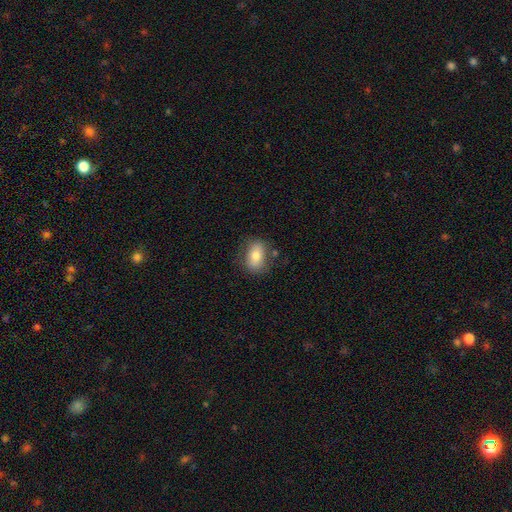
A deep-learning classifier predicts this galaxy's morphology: smooth_or_featured: smooth (p=0.76) [alt: featured or disk p=0.16]
how_rounded: in between (p=0.83) [alt: round p=0.15]
merging: none (p=0.76) [alt: minor disturbance p=0.16]